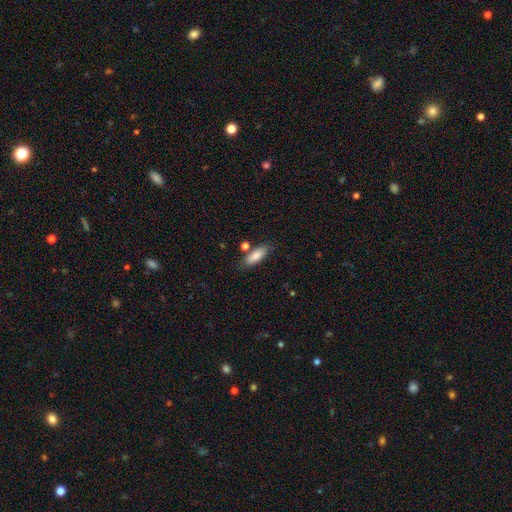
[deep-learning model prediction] This appears to be a smooth galaxy with no disk features (84%) that is in between round and cigar-shaped (70%). Merging: none (75%).